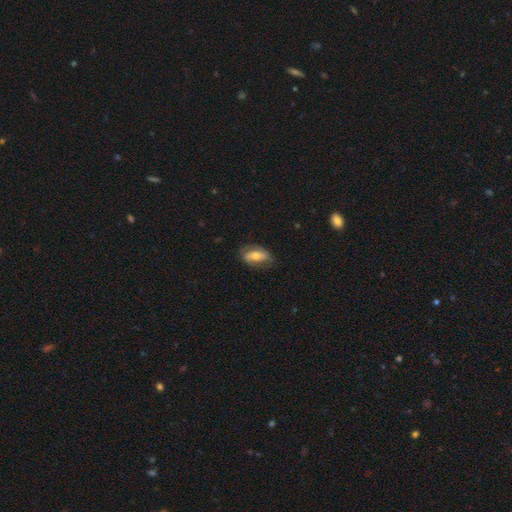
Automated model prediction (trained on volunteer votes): Smooth or featured: featured or disk — 47% (smooth — 46%)
Merging: none — 70% (minor disturbance — 21%)